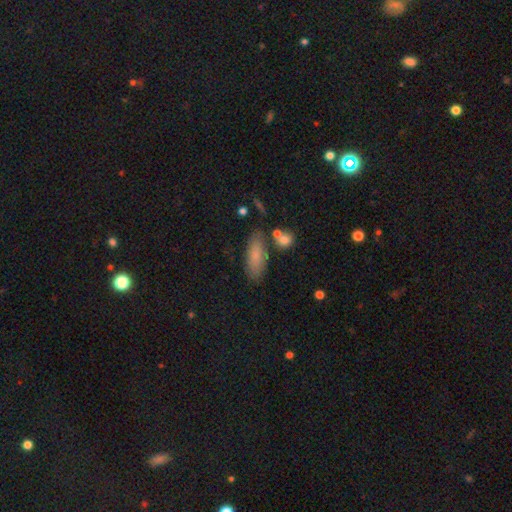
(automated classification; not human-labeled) A smooth galaxy with no disk features (79%) that is in between round and cigar-shaped (71%). Merging: none (76%).